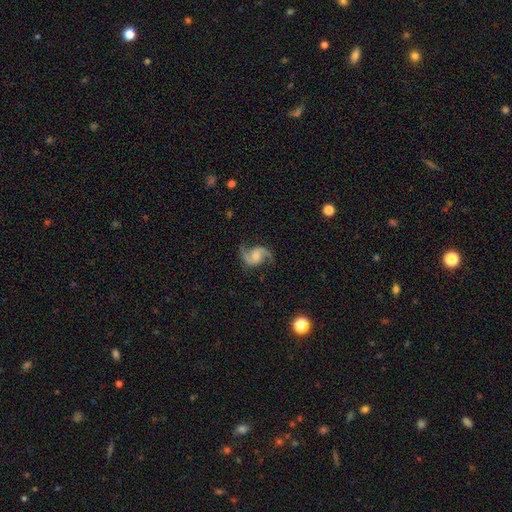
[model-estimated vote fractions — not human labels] Q: Smooth or featured?
A: featured or disk (91%); runner-up: star or artifact (5%)
Q: Edge-on disk?
A: no (98%); runner-up: yes (2%)
Q: Bar?
A: no (48%); runner-up: weak (42%)
Q: Spiral arms?
A: yes (98%); runner-up: no (2%)
Q: Spiral winding?
A: loose (50%); runner-up: medium (43%)
Q: Spiral arm count?
A: 2 (94%); runner-up: can't tell (1%)
Q: Bulge size?
A: moderate (37%); runner-up: small (34%)
Q: Merging?
A: none (80%); runner-up: minor disturbance (13%)